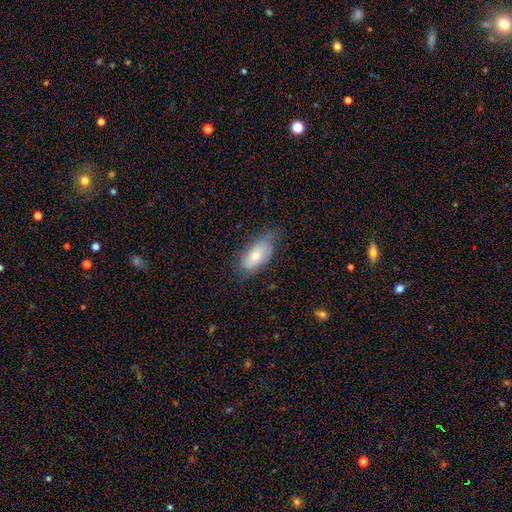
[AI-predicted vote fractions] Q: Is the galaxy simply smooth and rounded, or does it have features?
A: smooth — 66%.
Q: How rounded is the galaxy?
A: in between — 91%.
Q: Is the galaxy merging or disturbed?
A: none — 56%.